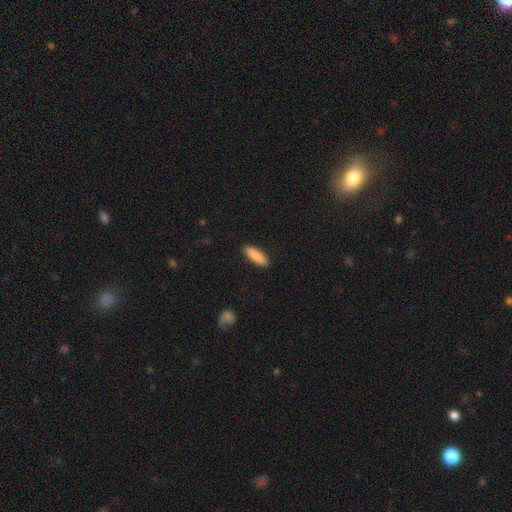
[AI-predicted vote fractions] Smooth or featured? smooth (89%)
How rounded? cigar-shaped (50%)
Merging? none (90%)